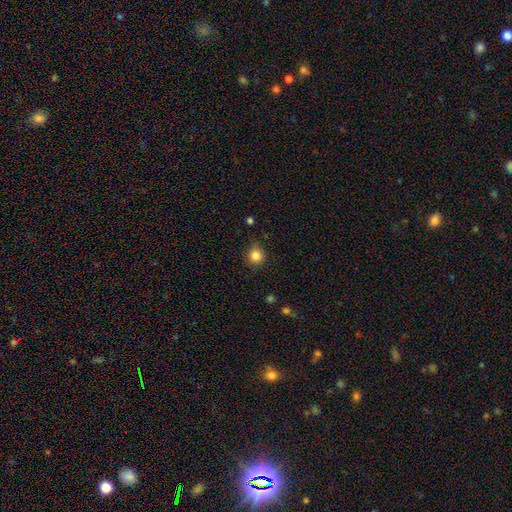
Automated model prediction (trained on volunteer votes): A smooth galaxy with no disk features (85%) that is round (88%).

Vote fractions:
- Smooth or featured? smooth: 85% / star or artifact: 11% / featured or disk: 4%
- How rounded? round: 88% / in between: 11% / cigar-shaped: 1%
- Merging? none: 82% / minor disturbance: 14% / major disturbance: 3% / merger: 1%